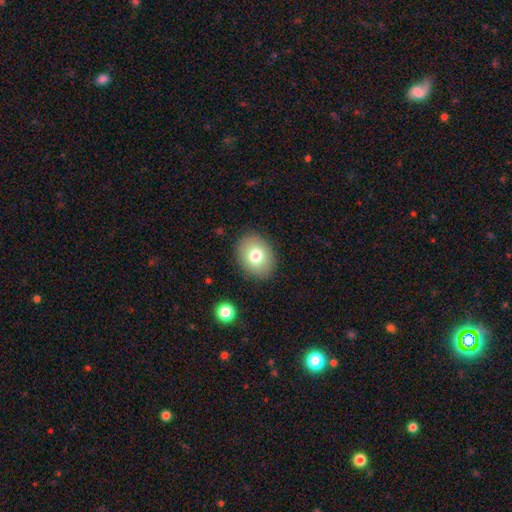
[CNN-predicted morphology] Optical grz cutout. It shows a smooth galaxy with no disk features (78%) that is in between round and cigar-shaped (55%). Merging: none (88%).